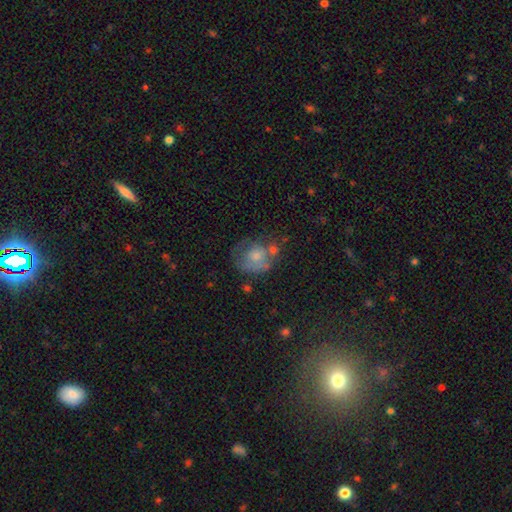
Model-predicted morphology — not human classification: Smooth or featured?
  - smooth: 49% *
  - featured or disk: 36%
  - star or artifact: 14%
Merging?
  - none: 45% *
  - minor disturbance: 25%
  - major disturbance: 17%
  - merger: 13%